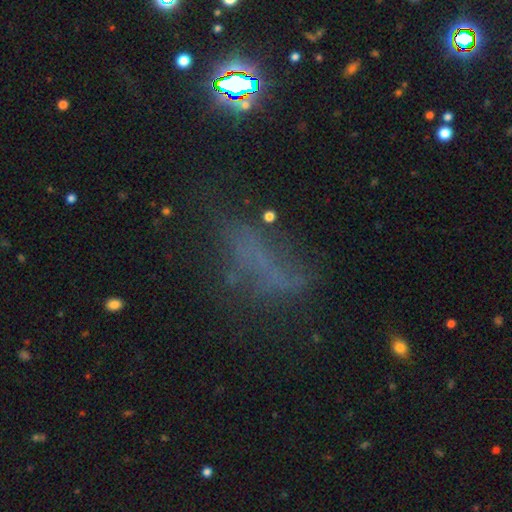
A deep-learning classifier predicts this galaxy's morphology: Smooth or featured: star or artifact — 35% (smooth — 34%)